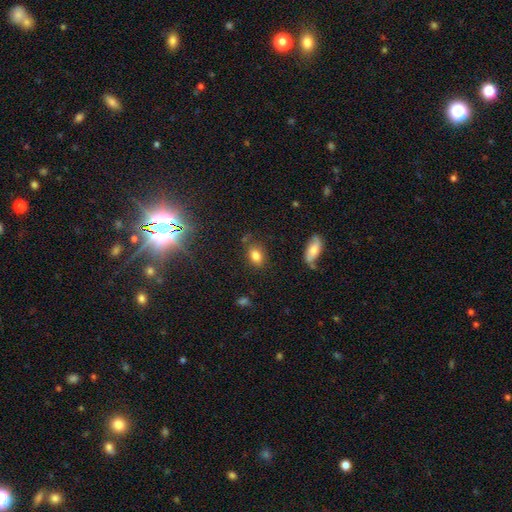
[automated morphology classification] Smooth or featured?
  - smooth: 81% *
  - star or artifact: 10%
  - featured or disk: 8%
How rounded?
  - in between: 80% *
  - round: 18%
  - cigar-shaped: 2%
Merging?
  - none: 77% *
  - minor disturbance: 15%
  - merger: 5%
  - major disturbance: 4%